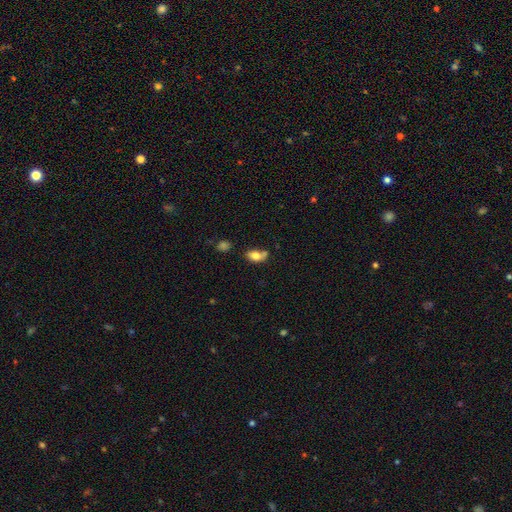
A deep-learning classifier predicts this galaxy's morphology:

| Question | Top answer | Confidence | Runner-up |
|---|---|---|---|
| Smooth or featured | smooth | 78% | featured or disk (13%) |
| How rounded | in between | 84% | round (12%) |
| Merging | none | 44% | merger (24%) |